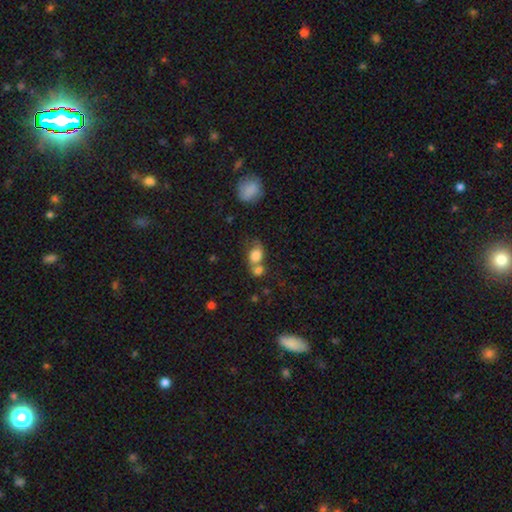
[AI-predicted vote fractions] This appears to be a smooth galaxy with no disk features (77%) that is in between round and cigar-shaped (57%). Merging: merger (50%).